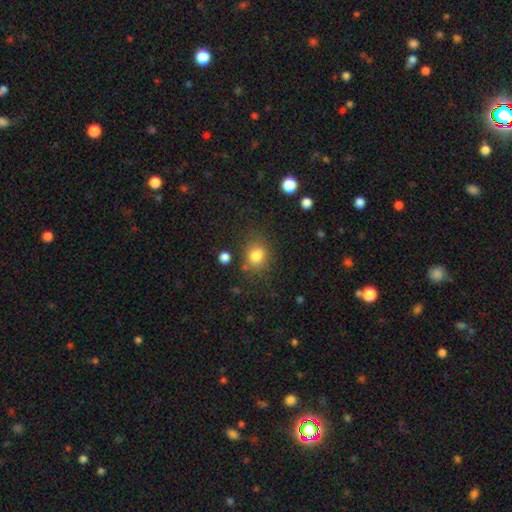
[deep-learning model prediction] smooth_or_featured: smooth (p=0.81) [alt: star or artifact p=0.12]
how_rounded: round (p=0.66) [alt: in between p=0.33]
merging: none (p=0.73) [alt: minor disturbance p=0.15]